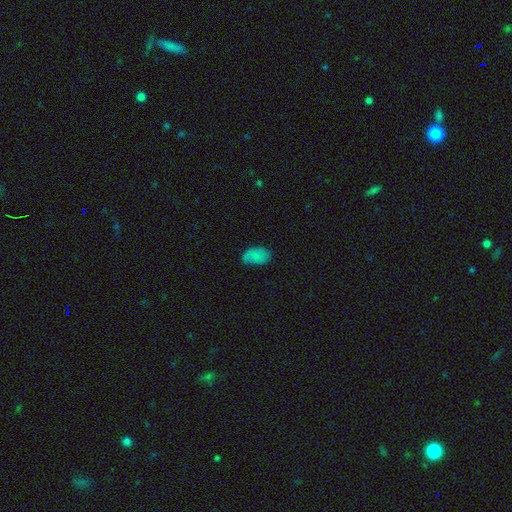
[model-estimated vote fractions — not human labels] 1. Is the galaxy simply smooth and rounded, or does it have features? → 79% smooth, 13% star or artifact, 8% featured or disk.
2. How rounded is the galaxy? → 93% in between, 5% round, 2% cigar-shaped.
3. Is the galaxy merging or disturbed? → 64% none, 26% minor disturbance, 7% major disturbance, 2% merger.